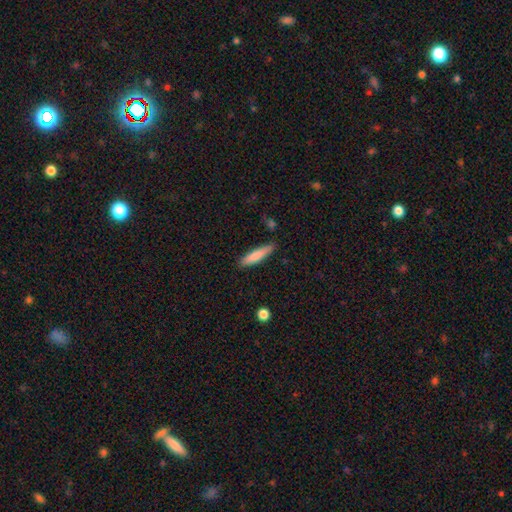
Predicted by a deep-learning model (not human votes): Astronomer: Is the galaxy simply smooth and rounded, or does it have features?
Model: smooth — 80%.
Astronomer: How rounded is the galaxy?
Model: cigar-shaped — 81%.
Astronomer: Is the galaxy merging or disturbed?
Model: none — 83%.